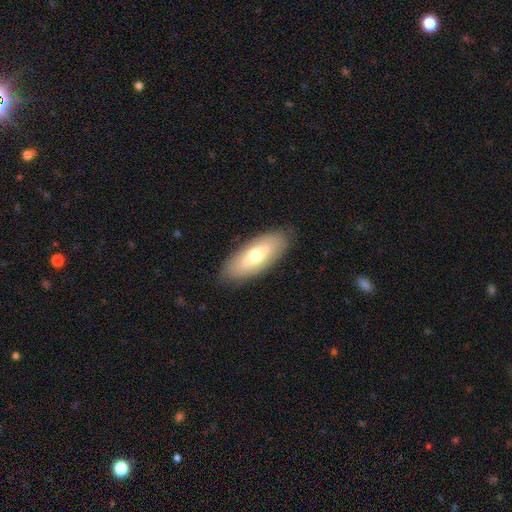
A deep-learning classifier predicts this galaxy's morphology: Smooth or featured?
  - smooth: 62% *
  - featured or disk: 32%
  - star or artifact: 6%
How rounded?
  - in between: 80% *
  - cigar-shaped: 18%
  - round: 2%
Merging?
  - none: 86% *
  - minor disturbance: 11%
  - major disturbance: 3%
  - merger: 1%